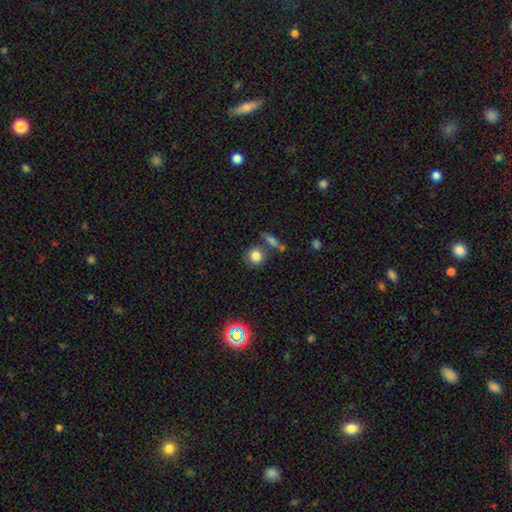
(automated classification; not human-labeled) Smooth or featured? Predicted: smooth (p=0.82). How rounded? Predicted: round (p=0.86). Merging? Predicted: none (p=0.69).